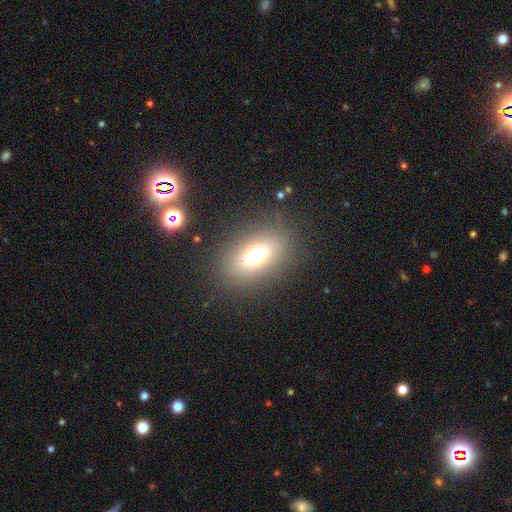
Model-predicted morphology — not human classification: This is likely a smooth galaxy (61%). How rounded: likely in between (73%). Merging: clearly none (82%).